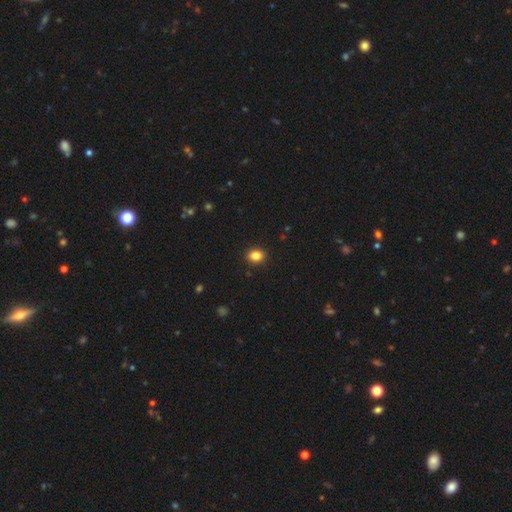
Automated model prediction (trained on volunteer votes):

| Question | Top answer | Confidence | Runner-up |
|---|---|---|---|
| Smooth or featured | smooth | 86% | star or artifact (10%) |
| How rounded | round | 51% | in between (48%) |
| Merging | none | 91% | minor disturbance (6%) |